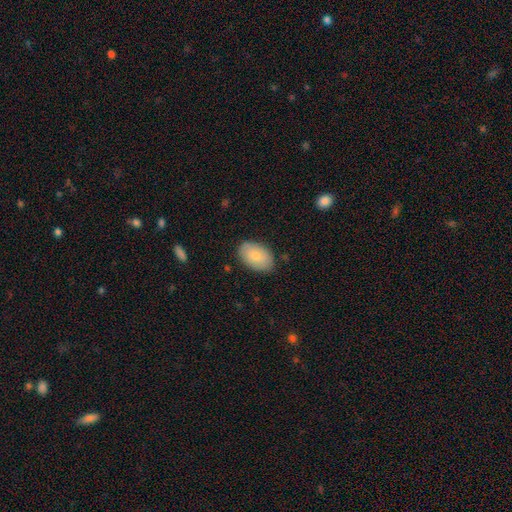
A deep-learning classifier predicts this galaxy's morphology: Smooth or featured? Predicted: smooth (p=0.80). How rounded? Predicted: in between (p=0.92). Merging? Predicted: none (p=0.82).